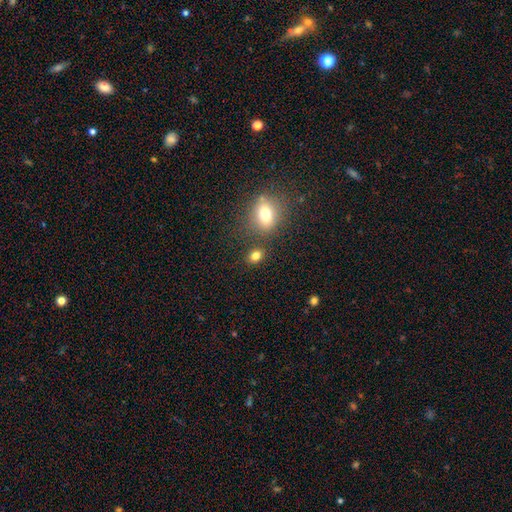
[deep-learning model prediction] Smooth or featured: smooth — 80% (star or artifact — 12%)
How rounded: in between — 61% (round — 37%)
Merging: none — 76% (minor disturbance — 11%)